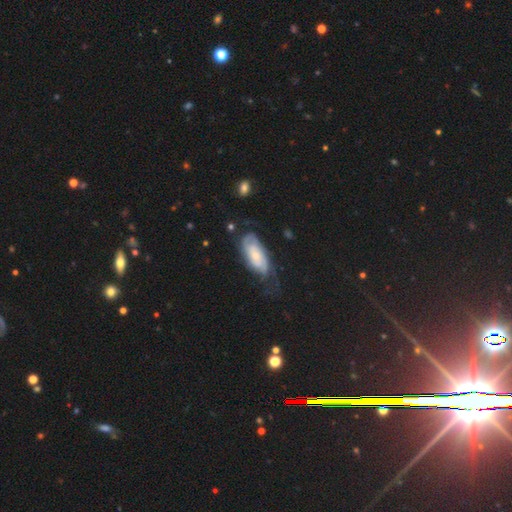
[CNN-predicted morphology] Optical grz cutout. It shows a featured or disk galaxy (67%) with no bar (66%), tight (56%) spiral arms (89%) and a small central bulge (48%). Merging: none (53%).